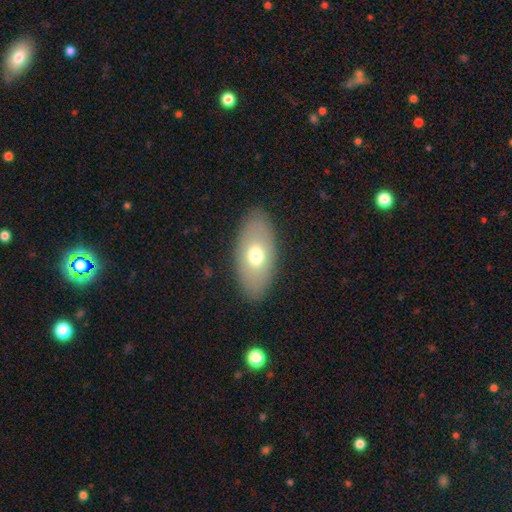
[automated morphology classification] Smooth or featured? Predicted: smooth (p=0.65). How rounded? Predicted: in between (p=0.92). Merging? Predicted: none (p=0.87).